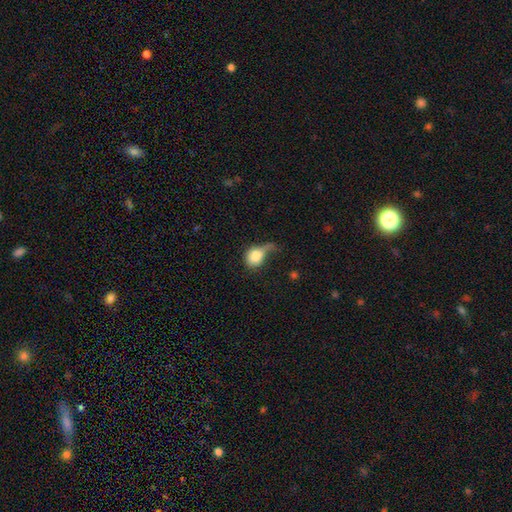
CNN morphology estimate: A smooth galaxy with no disk features (77%) that is in between round and cigar-shaped (50%).

Vote fractions:
- Smooth or featured? smooth: 77% / featured or disk: 15% / star or artifact: 8%
- How rounded? in between: 50% / round: 48% / cigar-shaped: 2%
- Merging? major disturbance: 45% / minor disturbance: 26% / none: 20% / merger: 8%